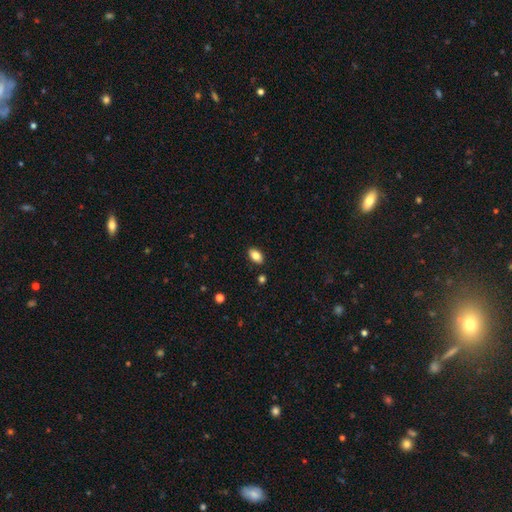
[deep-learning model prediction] smooth 85%, star or artifact 8%, featured or disk 7%. Down the decision tree: how rounded — in between (91%); merging — none (87%).